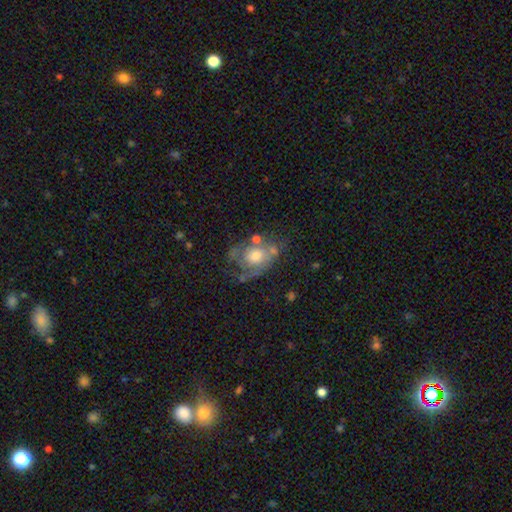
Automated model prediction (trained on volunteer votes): Smooth or featured?
  - featured or disk: 57% *
  - smooth: 35%
  - star or artifact: 8%
Edge-on disk?
  - no: 95% *
  - yes: 5%
Bar?
  - no: 83% *
  - weak: 14%
  - strong: 3%
Spiral arms?
  - yes: 56% *
  - no: 44%
Bulge size?
  - moderate: 62% *
  - small: 18%
  - large: 16%
  - none: 2%
  - dominant: 2%
Merging?
  - none: 43% *
  - minor disturbance: 26%
  - major disturbance: 22%
  - merger: 9%